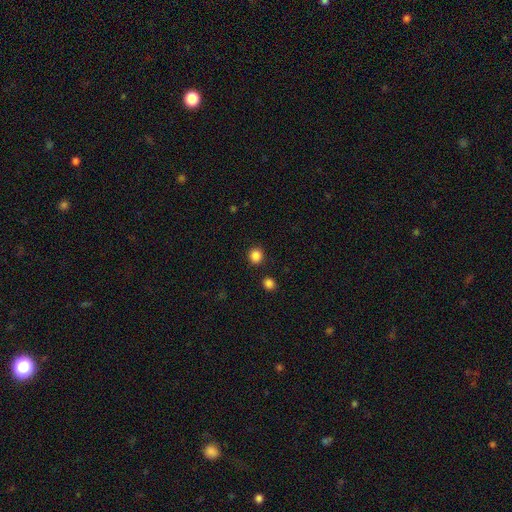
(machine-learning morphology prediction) type=smooth (86%); roundness=round (89%); merging=none (88%).